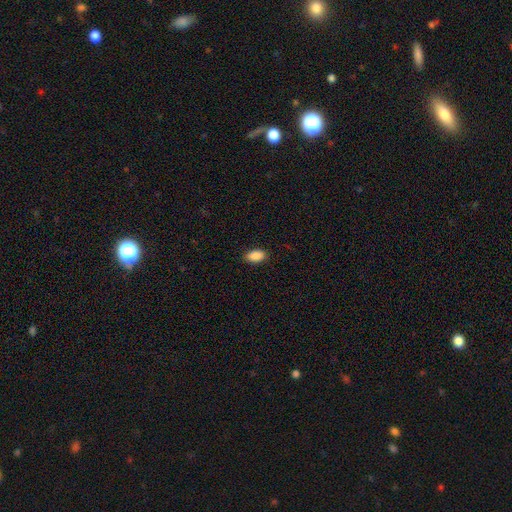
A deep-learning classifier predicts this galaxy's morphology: type=smooth (90%); roundness=in between (93%); merging=none (88%).